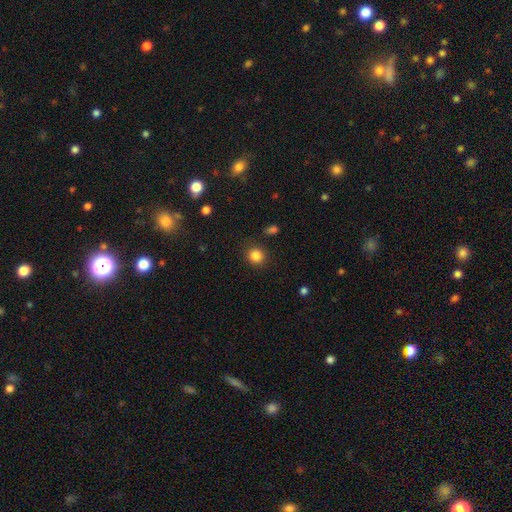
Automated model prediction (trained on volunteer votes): Smooth or featured: smooth — 84% (star or artifact — 12%)
How rounded: round — 89% (in between — 10%)
Merging: none — 88% (minor disturbance — 7%)